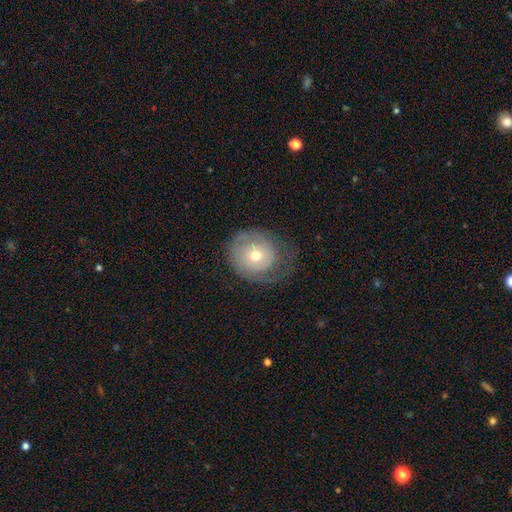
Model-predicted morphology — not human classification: Q: Smooth or featured?
A: smooth (49%); runner-up: featured or disk (43%)
Q: Merging?
A: none (52%); runner-up: minor disturbance (26%)